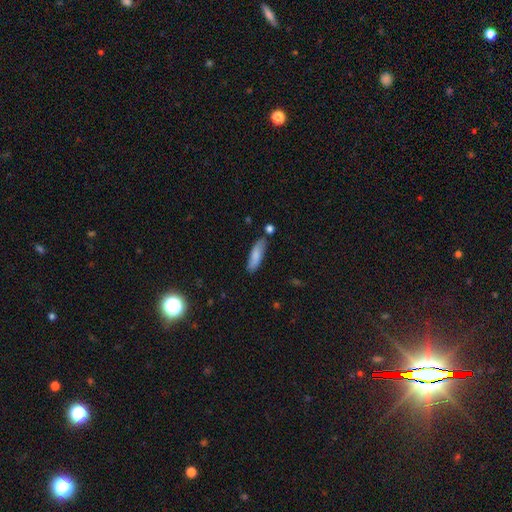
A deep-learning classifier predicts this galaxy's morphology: smooth_or_featured: smooth (p=0.79) [alt: featured or disk p=0.14]
how_rounded: cigar-shaped (p=0.56) [alt: in between p=0.42]
merging: none (p=0.77) [alt: minor disturbance p=0.14]